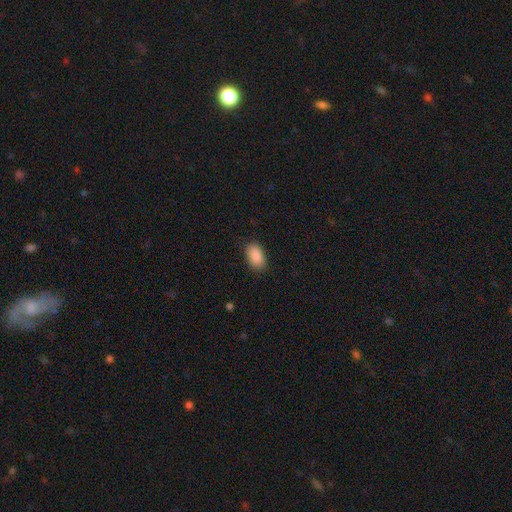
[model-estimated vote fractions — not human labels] A smooth galaxy with no disk features (90%) that is in between round and cigar-shaped (93%).

Vote fractions:
- Smooth or featured? smooth: 90% / star or artifact: 7% / featured or disk: 3%
- How rounded? in between: 93% / round: 5% / cigar-shaped: 2%
- Merging? none: 87% / minor disturbance: 10% / major disturbance: 2% / merger: 1%